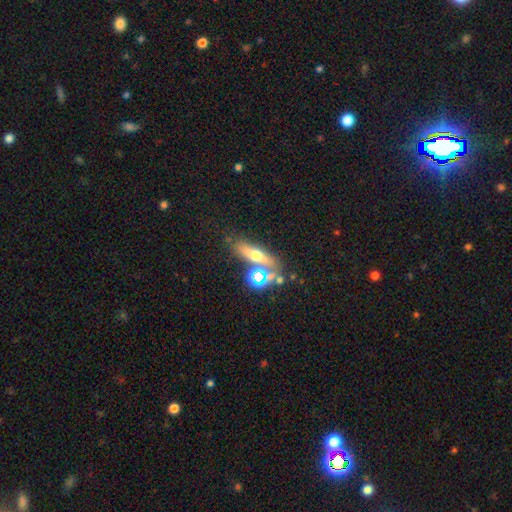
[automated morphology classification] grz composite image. It shows a smooth galaxy with no disk features (45%). Merging: none (65%).